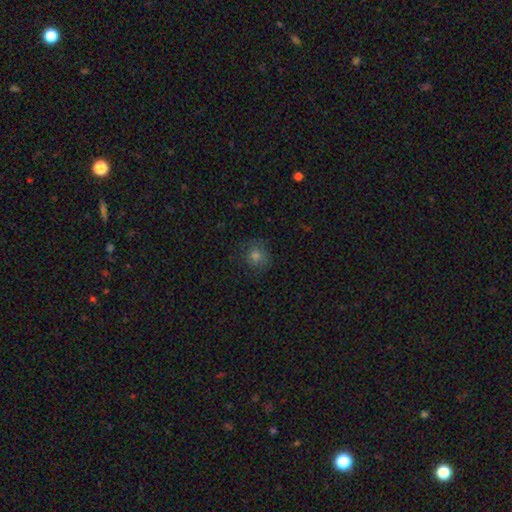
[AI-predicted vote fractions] Overall: smooth (72%). How rounded: round (85%). Merging: none (81%).